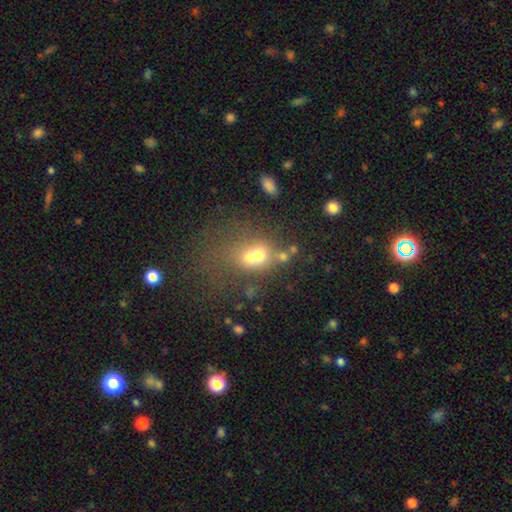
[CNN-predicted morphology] Overall: smooth (56%; featured or disk 26%). How rounded: round (56%; in between 43%). Merging: merger (57%; none 25%).